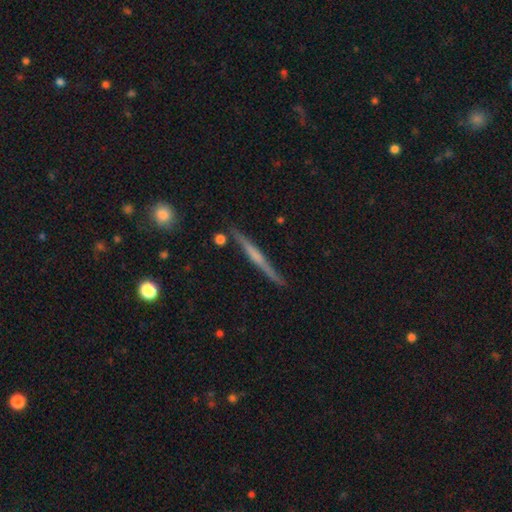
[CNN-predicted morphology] Smooth or featured? Predicted: featured or disk (p=0.64). Edge-on disk? Predicted: yes (p=0.97). Edge-on bulge? Predicted: none (p=0.55). Merging? Predicted: none (p=0.88).